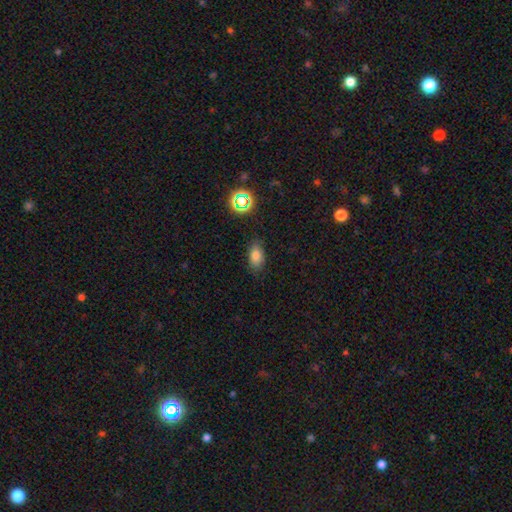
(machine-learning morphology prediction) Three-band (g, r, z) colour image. It shows a smooth galaxy with no disk features (78%) that is in between round and cigar-shaped (89%). Merging: none (81%).